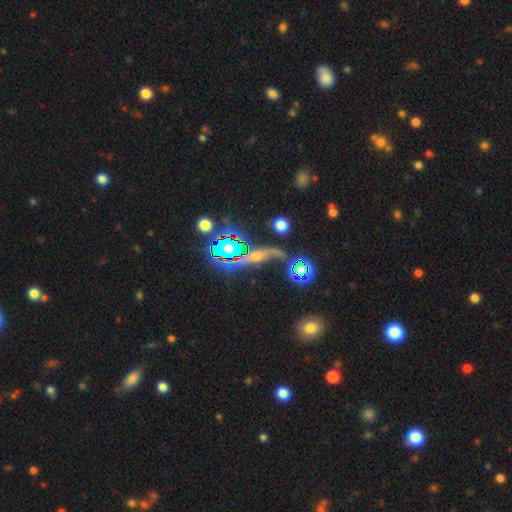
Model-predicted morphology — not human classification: This is marginally a star or artifact rather than a galaxy (42%).